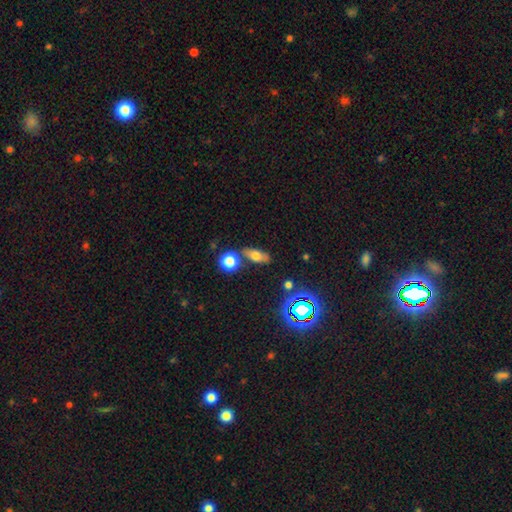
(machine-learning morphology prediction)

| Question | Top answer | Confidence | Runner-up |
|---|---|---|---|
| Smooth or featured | smooth | 62% | featured or disk (22%) |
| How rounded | in between | 65% | cigar-shaped (22%) |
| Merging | none | 72% | minor disturbance (13%) |